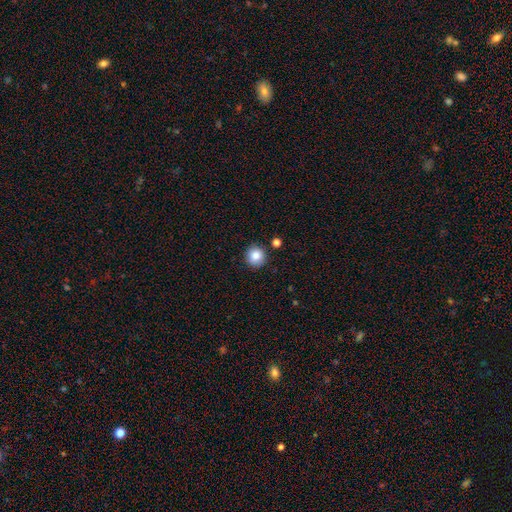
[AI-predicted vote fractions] This is clearly a smooth galaxy (84%). How rounded: clearly round (94%). Merging: clearly none (88%).